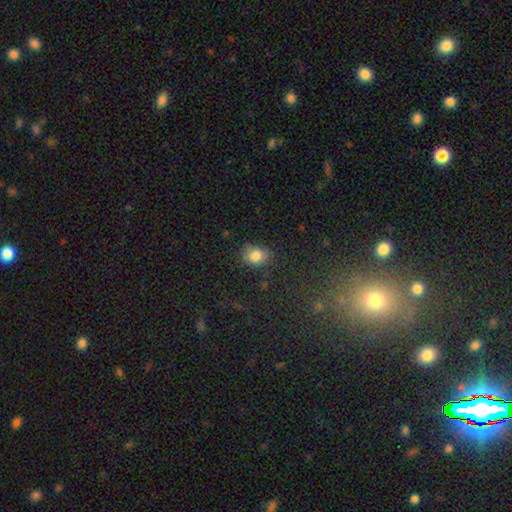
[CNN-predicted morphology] smooth_or_featured: smooth (p=0.83) [alt: star or artifact p=0.11]
how_rounded: in between (p=0.53) [alt: round p=0.46]
merging: none (p=0.77) [alt: minor disturbance p=0.17]